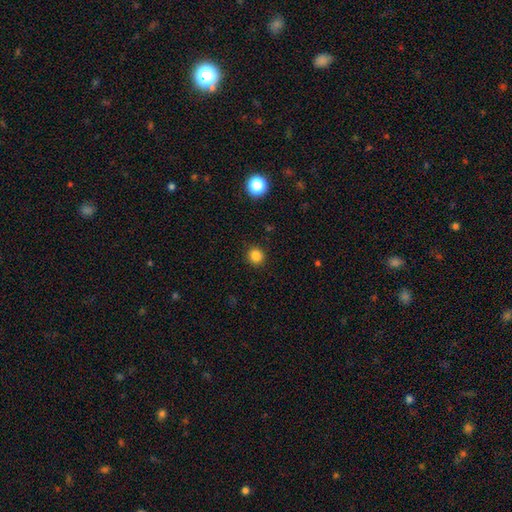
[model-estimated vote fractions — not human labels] A smooth galaxy with no disk features (83%) that is round (90%).

Vote fractions:
- Smooth or featured? smooth: 83% / star or artifact: 12% / featured or disk: 4%
- How rounded? round: 90% / in between: 9% / cigar-shaped: 1%
- Merging? none: 91% / minor disturbance: 6% / major disturbance: 2% / merger: 1%